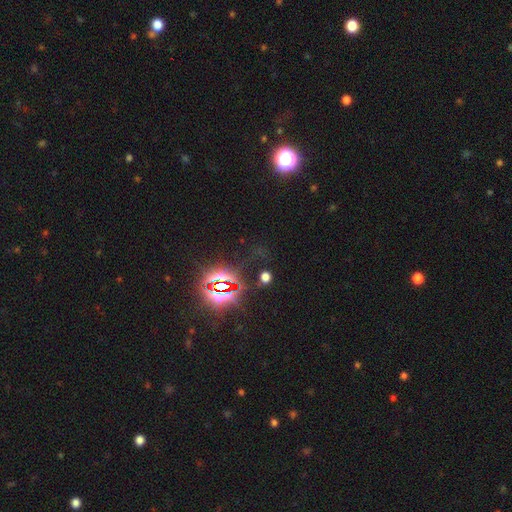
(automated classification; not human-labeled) smooth-or-featured: star or artifact: 83% | smooth: 10% | featured or disk: 6%